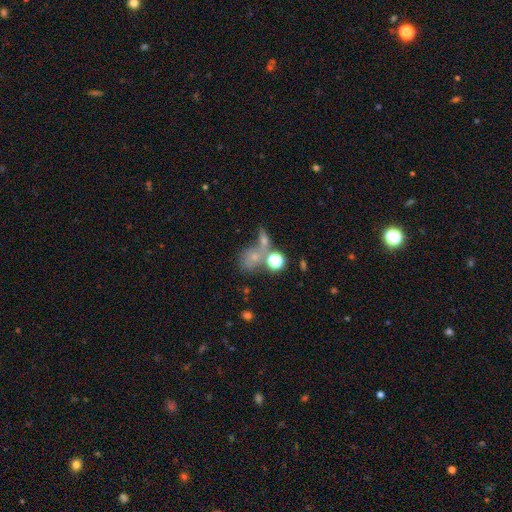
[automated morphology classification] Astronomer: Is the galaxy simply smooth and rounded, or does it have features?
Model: smooth — 48% (runner-up: star or artifact, 28%).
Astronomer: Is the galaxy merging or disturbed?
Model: none — 38% (runner-up: merger, 34%).